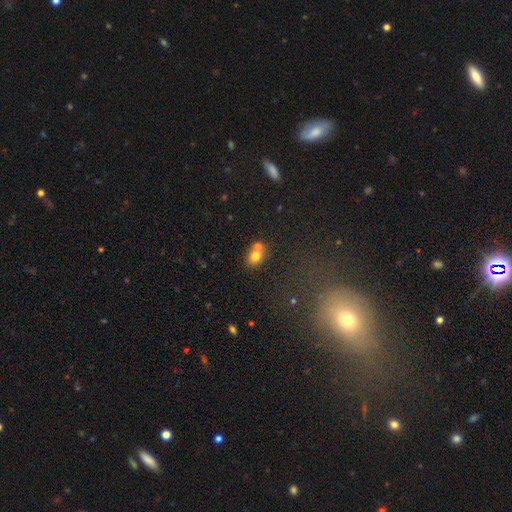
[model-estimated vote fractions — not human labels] Q: Smooth or featured?
A: smooth (74%); runner-up: featured or disk (14%)
Q: How rounded?
A: in between (57%); runner-up: round (42%)
Q: Merging?
A: none (46%); runner-up: merger (41%)